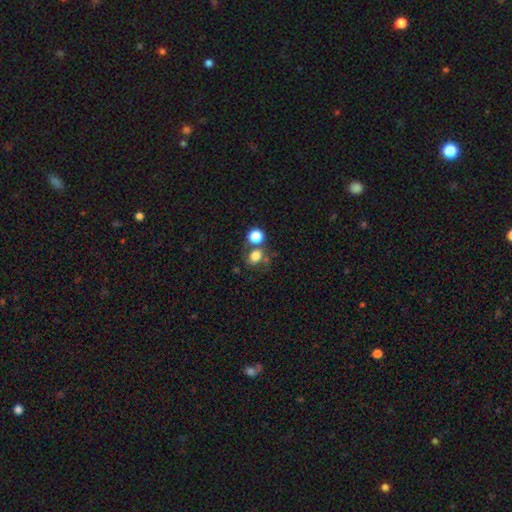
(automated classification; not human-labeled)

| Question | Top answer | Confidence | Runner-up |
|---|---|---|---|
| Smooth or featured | smooth | 72% | star or artifact (15%) |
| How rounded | round | 64% | in between (35%) |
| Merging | none | 51% | merger (27%) |